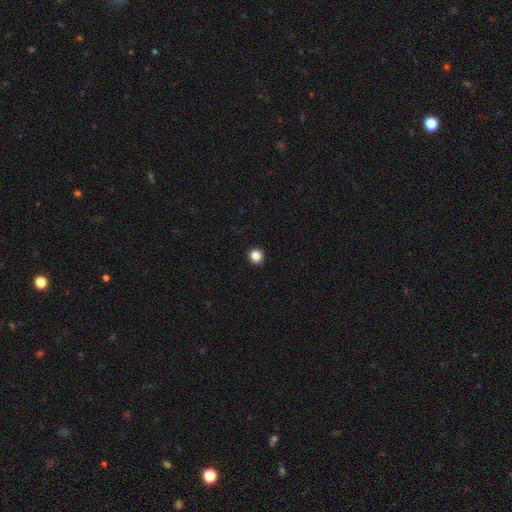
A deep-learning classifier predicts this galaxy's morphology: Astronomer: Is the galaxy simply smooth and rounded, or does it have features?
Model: smooth — 85%.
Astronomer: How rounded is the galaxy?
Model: round — 89%.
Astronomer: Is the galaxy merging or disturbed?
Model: none — 93%.